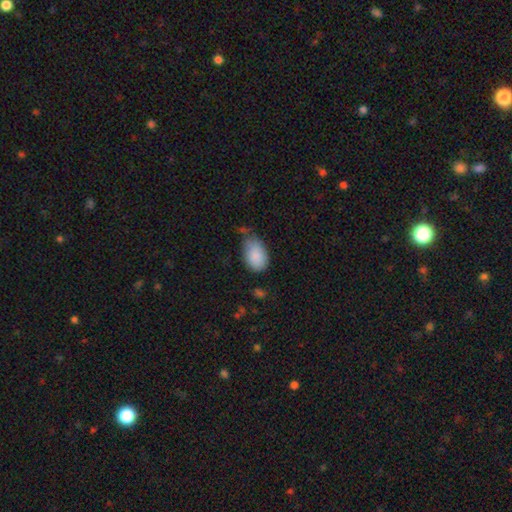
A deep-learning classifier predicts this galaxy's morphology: Q: Smooth or featured?
A: smooth (88%); runner-up: star or artifact (7%)
Q: How rounded?
A: in between (90%); runner-up: round (9%)
Q: Merging?
A: none (47%); runner-up: minor disturbance (38%)